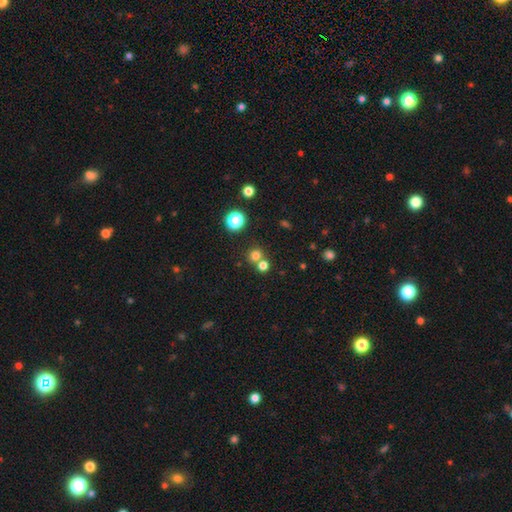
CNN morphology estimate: Overall: smooth (73%). How rounded: round (88%). Merging: none (61%; merger 30%).